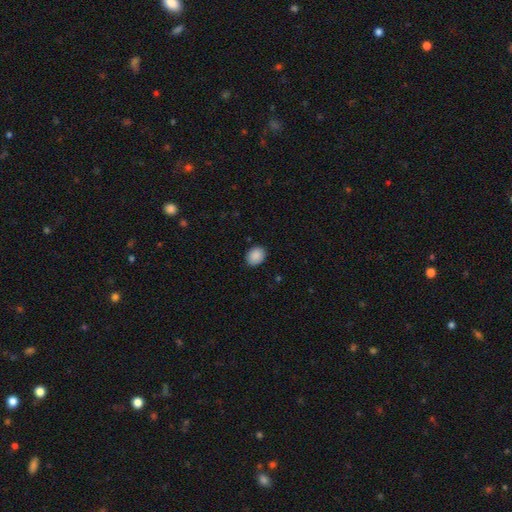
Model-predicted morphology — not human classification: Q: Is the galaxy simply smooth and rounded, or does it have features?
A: smooth — 89%.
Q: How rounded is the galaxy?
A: in between — 61%.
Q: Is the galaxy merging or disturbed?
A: none — 86%.